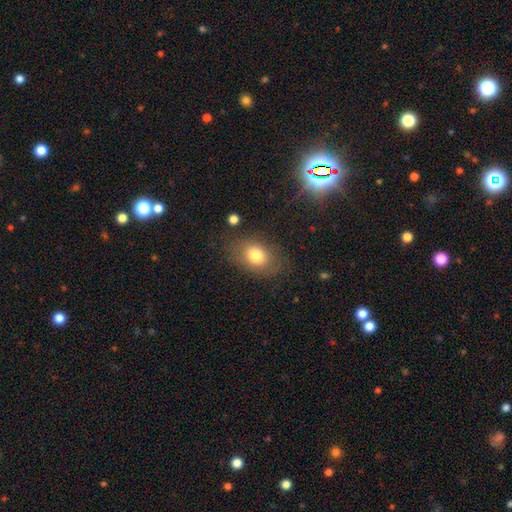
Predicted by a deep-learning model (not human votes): smooth 77%, featured or disk 13%, star or artifact 10%. Down the decision tree: how rounded — in between (72%); merging — none (76%).